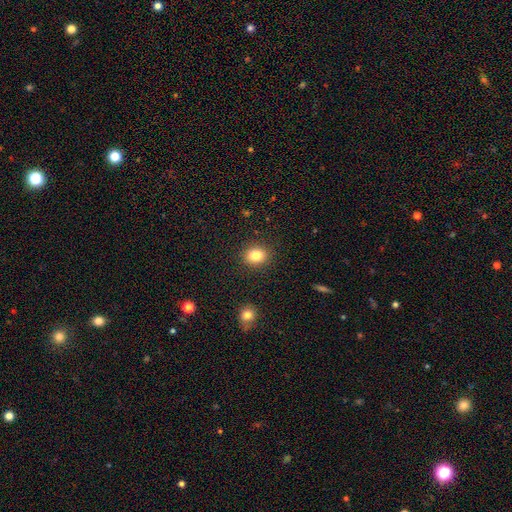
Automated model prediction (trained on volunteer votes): Smooth or featured?
  - smooth: 82% *
  - star or artifact: 11%
  - featured or disk: 7%
How rounded?
  - round: 66% *
  - in between: 33%
  - cigar-shaped: 1%
Merging?
  - none: 90% *
  - minor disturbance: 7%
  - major disturbance: 2%
  - merger: 1%